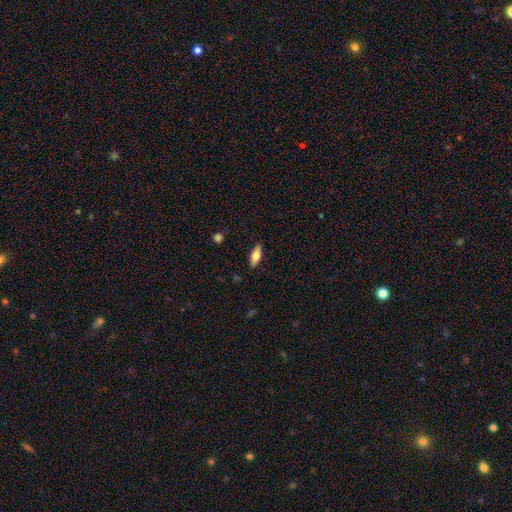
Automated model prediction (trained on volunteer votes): Overall: smooth (71%). How rounded: in between (74%). Merging: none (87%).